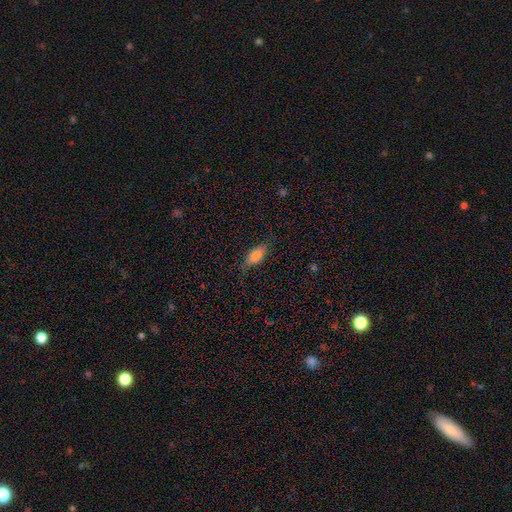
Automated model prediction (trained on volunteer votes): smooth_or_featured: smooth (p=0.77) [alt: featured or disk p=0.15]
how_rounded: in between (p=0.83) [alt: cigar-shaped p=0.14]
merging: none (p=0.71) [alt: minor disturbance p=0.21]